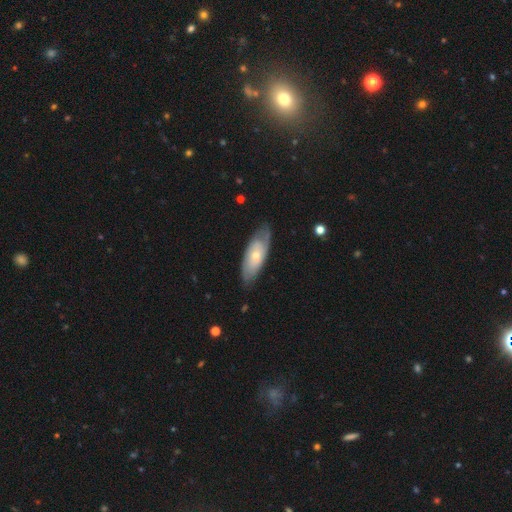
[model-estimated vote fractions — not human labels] Q: Smooth or featured?
A: featured or disk (51%); runner-up: smooth (43%)
Q: Edge-on disk?
A: no (80%); runner-up: yes (20%)
Q: Merging?
A: none (72%); runner-up: minor disturbance (21%)